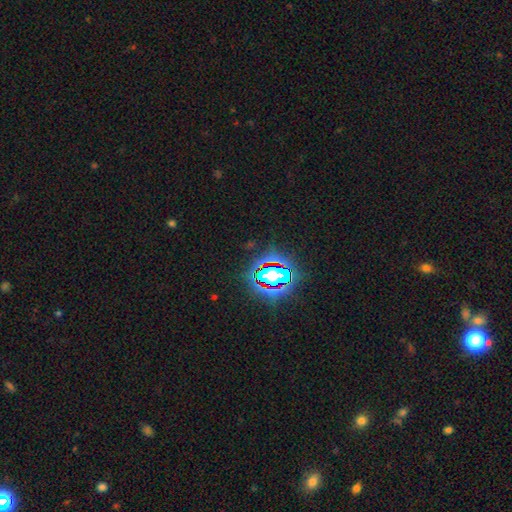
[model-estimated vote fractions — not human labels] smooth_or_featured: star or artifact (p=0.79) [alt: smooth p=0.13]